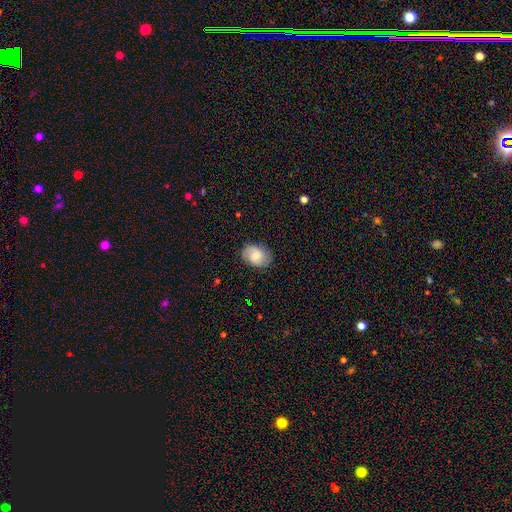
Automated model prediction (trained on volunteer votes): smooth_or_featured: smooth (p=0.58) [alt: featured or disk p=0.33]
how_rounded: in between (p=0.72) [alt: round p=0.27]
merging: none (p=0.81) [alt: minor disturbance p=0.15]